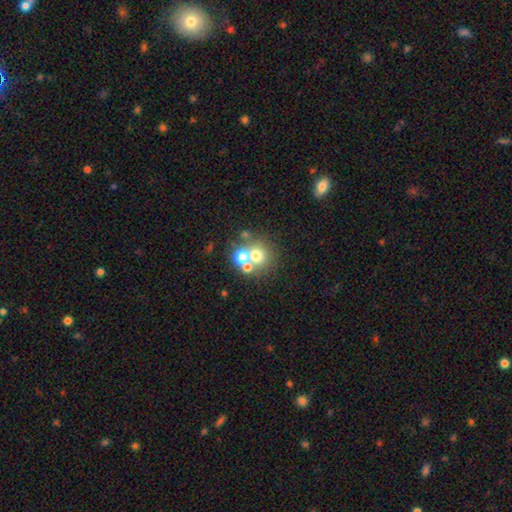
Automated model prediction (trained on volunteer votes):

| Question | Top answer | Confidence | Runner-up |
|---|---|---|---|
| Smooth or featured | smooth | 61% | featured or disk (22%) |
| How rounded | round | 87% | in between (12%) |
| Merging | none | 45% | merger (44%) |